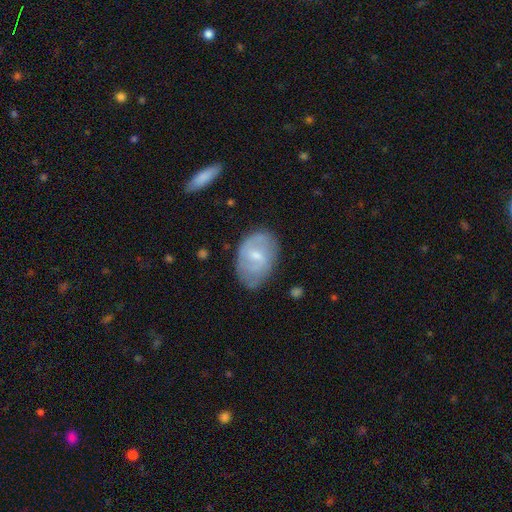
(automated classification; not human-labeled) Smooth or featured: featured or disk — 56% (smooth — 38%)
Edge-on disk: no — 96% (yes — 4%)
Bar: weak — 61% (no — 26%)
Spiral arms: yes — 71% (no — 29%)
Bulge size: small — 50% (moderate — 41%)
Merging: none — 66% (minor disturbance — 25%)